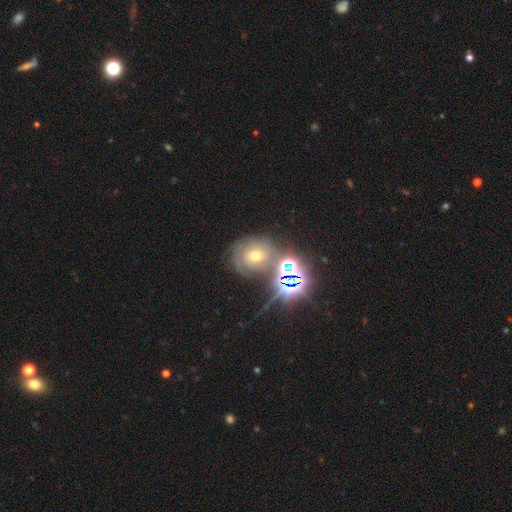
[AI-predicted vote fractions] Smooth or featured? featured or disk (36%)
Merging? none (62%)